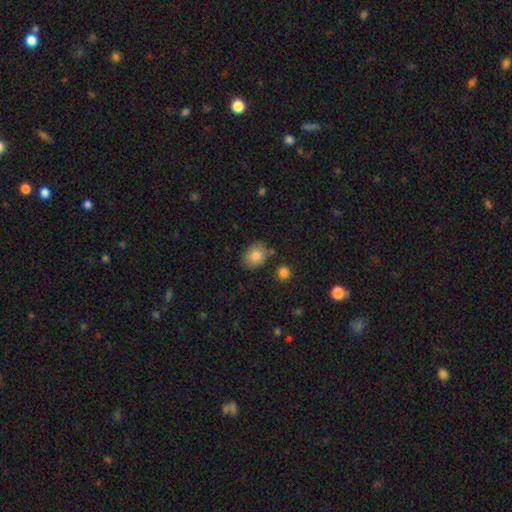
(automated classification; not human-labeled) Smooth or featured? Predicted: smooth (p=0.84). How rounded? Predicted: in between (p=0.59). Merging? Predicted: none (p=0.79).